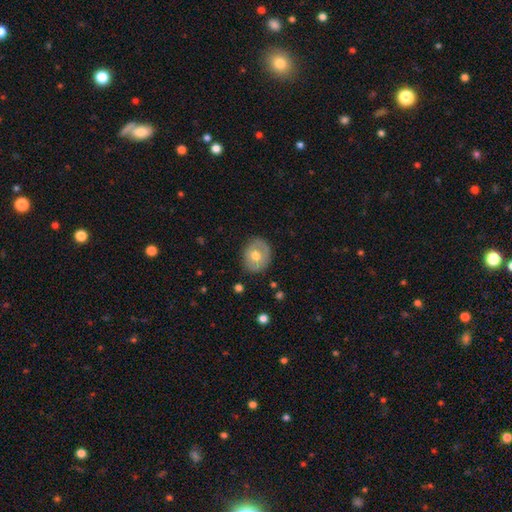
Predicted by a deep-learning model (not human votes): smooth-or-featured: smooth: 59% | featured or disk: 34% | star or artifact: 7%
  how-rounded: round: 58% | in between: 41% | cigar-shaped: 1%
  merging: none: 80% | minor disturbance: 15% | major disturbance: 4% | merger: 1%